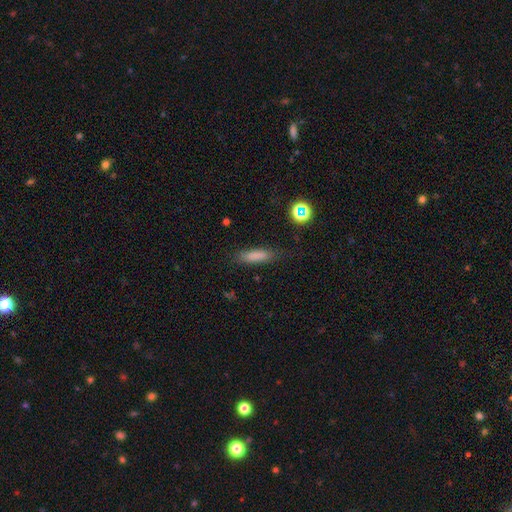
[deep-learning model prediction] Smooth or featured? Predicted: smooth (p=0.80). How rounded? Predicted: cigar-shaped (p=0.56). Merging? Predicted: none (p=0.78).